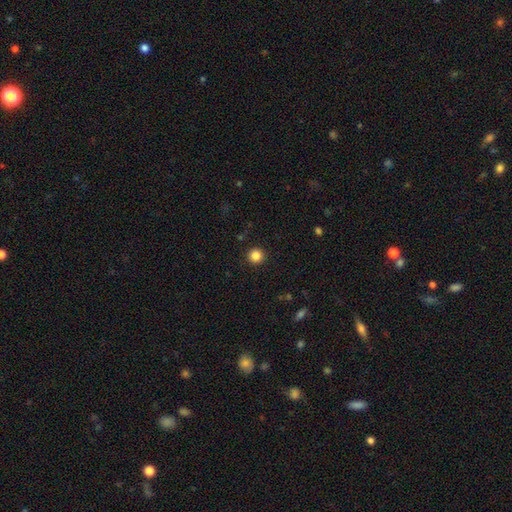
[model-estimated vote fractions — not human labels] The model was most divided on "smooth or featured": smooth: 85%, star or artifact: 11%, featured or disk: 4%. More confident: how rounded — round (95%); merging — none (92%).